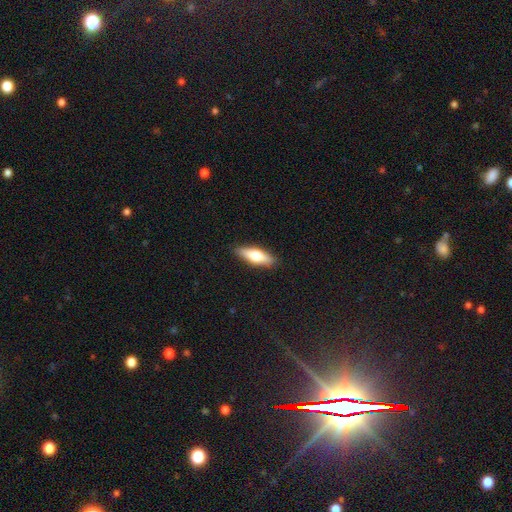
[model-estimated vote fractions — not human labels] This appears to be a smooth galaxy with no disk features (62%) that is in between round and cigar-shaped (51%). Merging: none (89%).